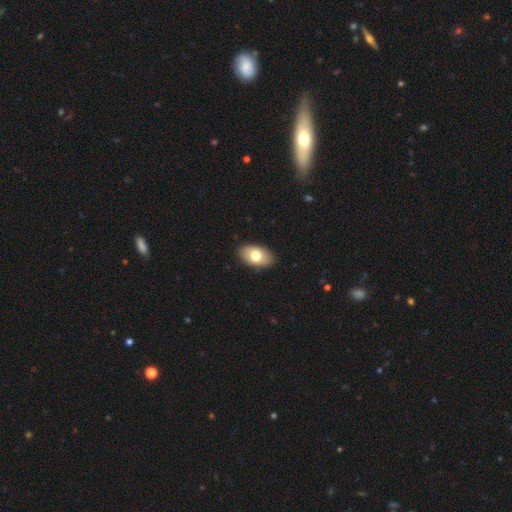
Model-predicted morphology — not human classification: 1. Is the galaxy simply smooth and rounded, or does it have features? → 74% smooth, 19% featured or disk, 7% star or artifact.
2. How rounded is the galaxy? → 93% in between, 5% round, 2% cigar-shaped.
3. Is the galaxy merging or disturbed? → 88% none, 9% minor disturbance, 2% major disturbance, 1% merger.